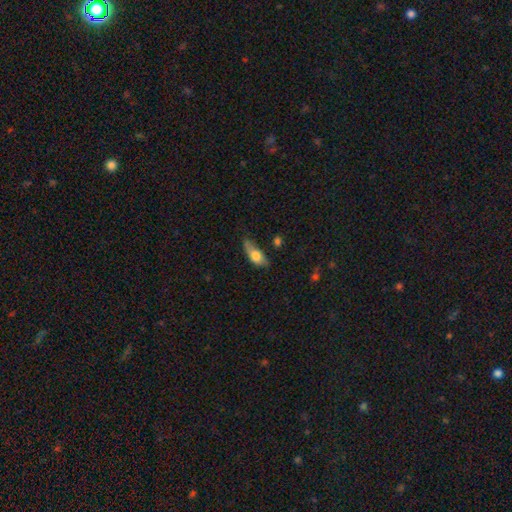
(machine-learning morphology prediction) The model was most divided on "merging": none: 41%, minor disturbance: 39%, major disturbance: 15%, merger: 5%. More confident: how rounded — in between (79%); smooth or featured — smooth (70%).